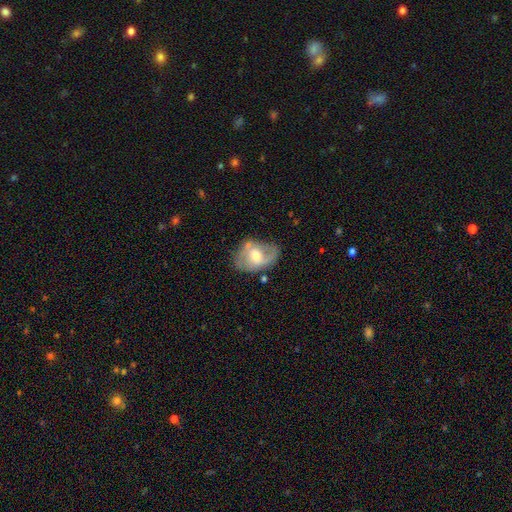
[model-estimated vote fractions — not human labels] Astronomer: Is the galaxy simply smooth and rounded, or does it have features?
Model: featured or disk — 67%.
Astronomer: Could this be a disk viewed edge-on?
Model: no — 96%.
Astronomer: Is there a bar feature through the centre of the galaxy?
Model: weak — 48% (runner-up: no, 36%).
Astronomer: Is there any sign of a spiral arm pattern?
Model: yes — 76%.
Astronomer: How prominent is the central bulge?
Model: moderate — 65%.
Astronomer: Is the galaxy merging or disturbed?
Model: none — 57%.